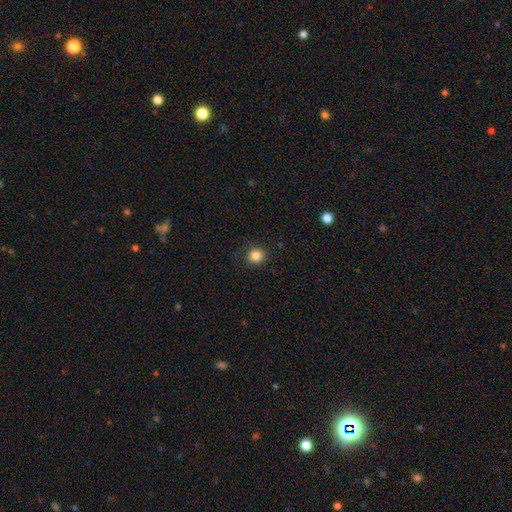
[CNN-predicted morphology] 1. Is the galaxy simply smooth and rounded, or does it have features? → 84% smooth, 11% star or artifact, 5% featured or disk.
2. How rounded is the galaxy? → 88% round, 11% in between, 1% cigar-shaped.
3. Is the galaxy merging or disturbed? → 85% none, 10% minor disturbance, 4% major disturbance, 1% merger.